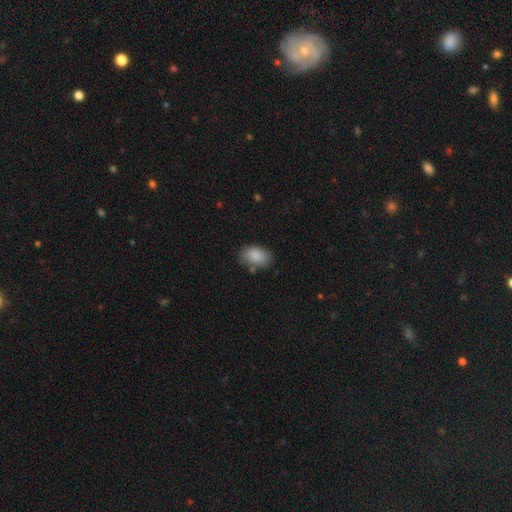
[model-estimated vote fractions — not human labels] smooth_or_featured: smooth (p=0.88) [alt: star or artifact p=0.07]
how_rounded: in between (p=0.87) [alt: round p=0.12]
merging: none (p=0.77) [alt: minor disturbance p=0.16]